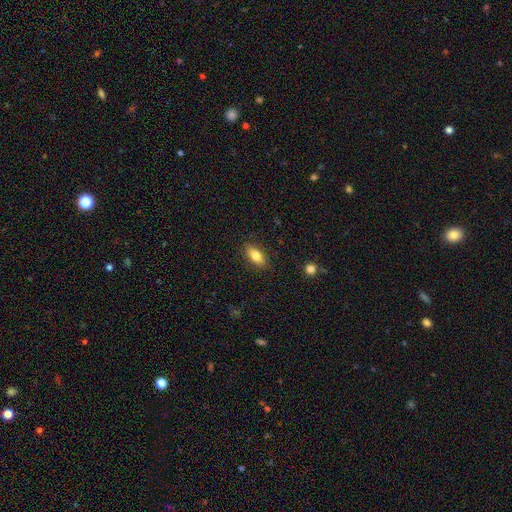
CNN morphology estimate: Smooth or featured: smooth — 80% (featured or disk — 13%)
How rounded: in between — 84% (cigar-shaped — 13%)
Merging: none — 87% (minor disturbance — 9%)